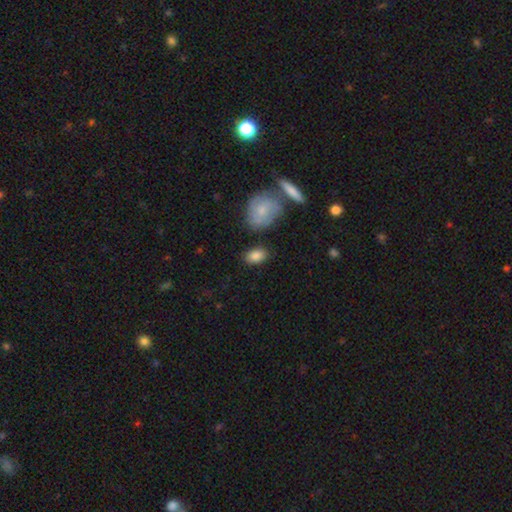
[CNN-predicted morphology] This appears to be a smooth galaxy with no disk features (86%) that is in between round and cigar-shaped (88%). Merging: none (80%).